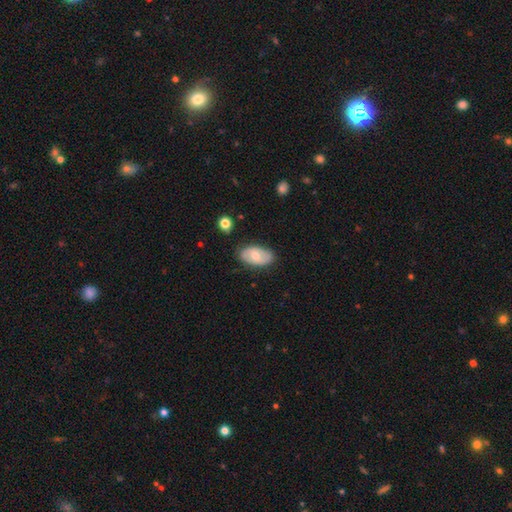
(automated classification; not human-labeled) The model was most divided on "smooth or featured": smooth: 57%, featured or disk: 36%, star or artifact: 6%. More confident: how rounded — in between (93%); merging — none (78%).